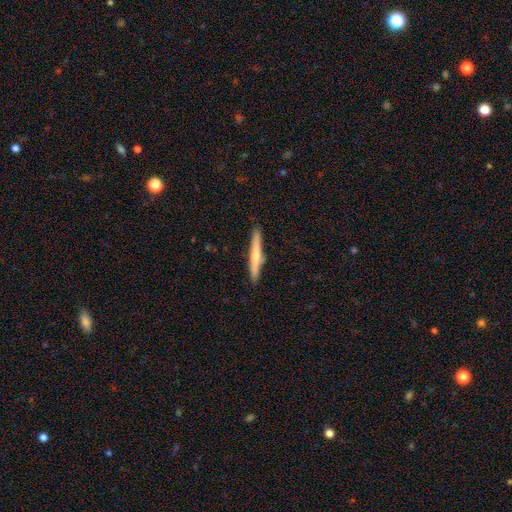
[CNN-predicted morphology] This appears to be a smooth galaxy with no disk features (57%) that is cigar-shaped (95%). Merging: none (89%).